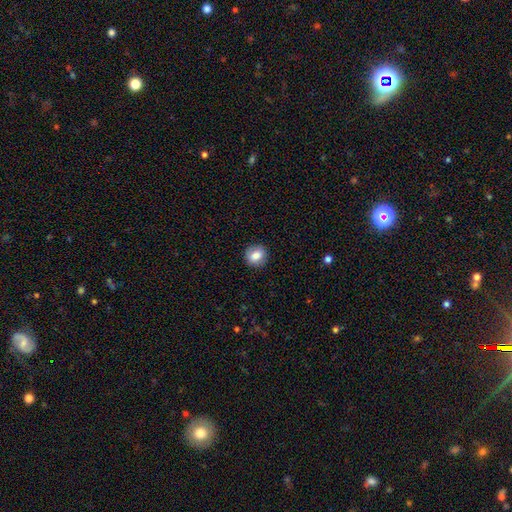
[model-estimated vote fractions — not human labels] A smooth galaxy with no disk features (82%) that is round (74%).

Vote fractions:
- Smooth or featured? smooth: 82% / star or artifact: 9% / featured or disk: 9%
- How rounded? round: 74% / in between: 25% / cigar-shaped: 1%
- Merging? none: 88% / minor disturbance: 9% / major disturbance: 2% / merger: 1%